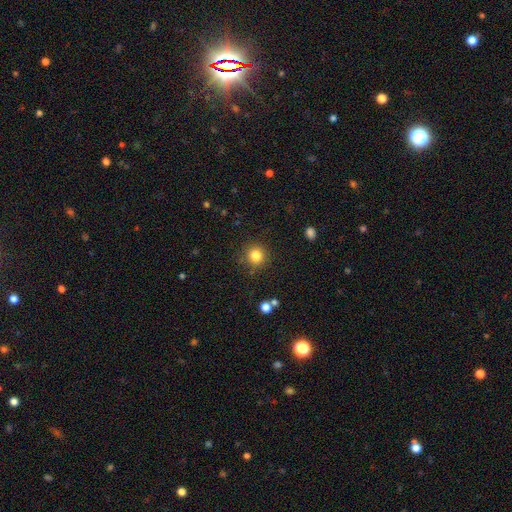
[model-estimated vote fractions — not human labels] smooth_or_featured: smooth (p=0.83) [alt: star or artifact p=0.12]
how_rounded: round (p=0.92) [alt: in between p=0.07]
merging: none (p=0.88) [alt: minor disturbance p=0.07]